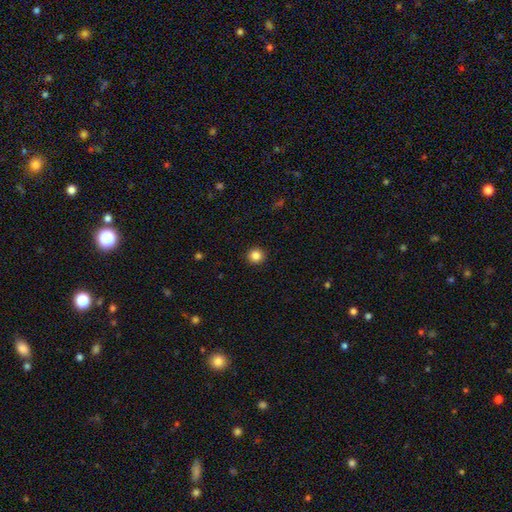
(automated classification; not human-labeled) Smooth or featured? Predicted: smooth (p=0.85). How rounded? Predicted: round (p=0.95). Merging? Predicted: none (p=0.93).